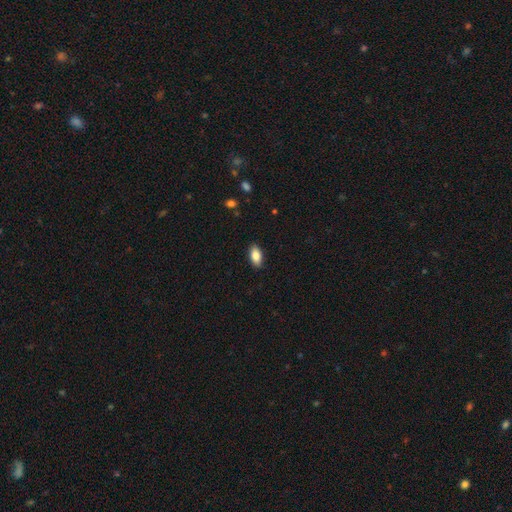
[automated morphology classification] Smooth or featured: smooth — 85% (featured or disk — 8%)
How rounded: in between — 91% (cigar-shaped — 5%)
Merging: none — 88% (minor disturbance — 9%)